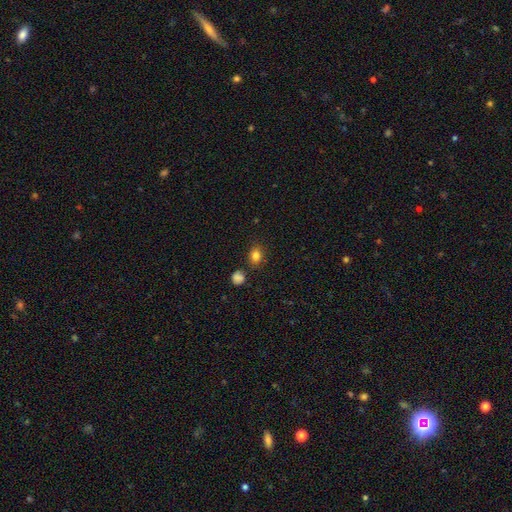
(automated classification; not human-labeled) Morphology: type=smooth (83%); roundness=round (55%); merging=none (81%).